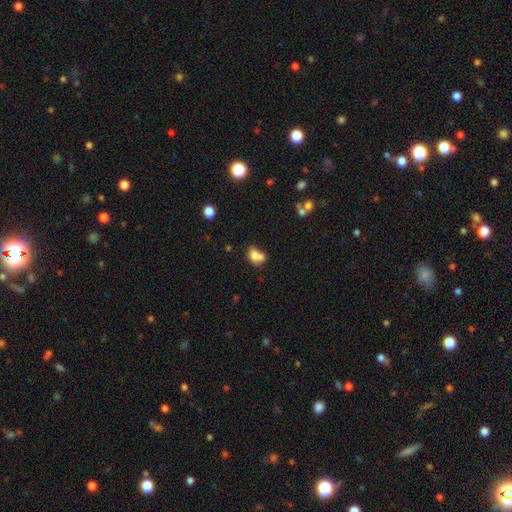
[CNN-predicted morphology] Q: Smooth or featured?
A: smooth (73%); runner-up: featured or disk (16%)
Q: How rounded?
A: in between (66%); runner-up: round (33%)
Q: Merging?
A: merger (54%); runner-up: none (27%)